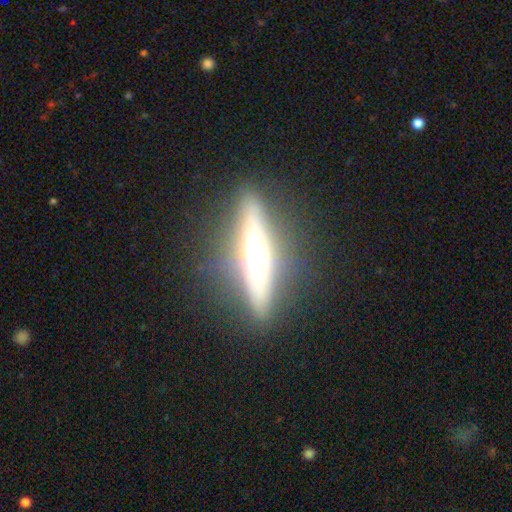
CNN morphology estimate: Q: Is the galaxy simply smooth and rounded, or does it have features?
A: featured or disk — 68%.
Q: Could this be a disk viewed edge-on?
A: yes — 91%.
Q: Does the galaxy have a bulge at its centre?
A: rounded — 60%.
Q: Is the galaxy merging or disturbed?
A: none — 83%.